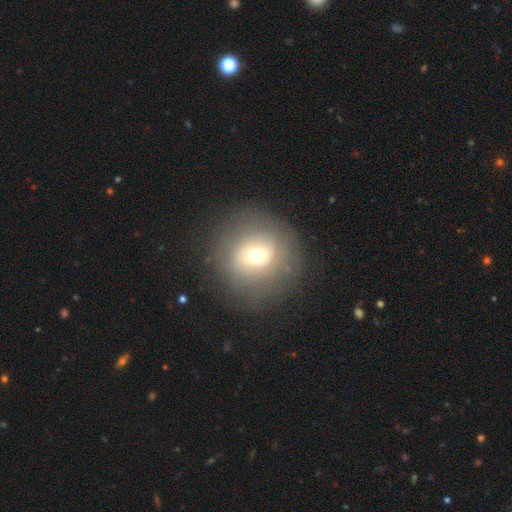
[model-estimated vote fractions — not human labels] Smooth or featured? smooth (61%)
How rounded? round (89%)
Merging? none (80%)